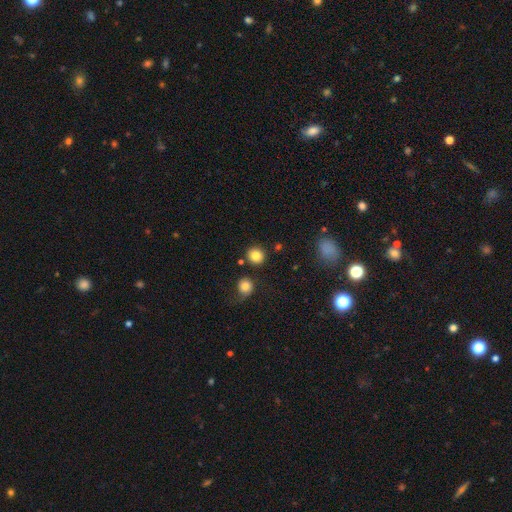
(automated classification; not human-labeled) This appears to be a smooth galaxy with no disk features (83%) that is round (90%). Merging: none (84%).